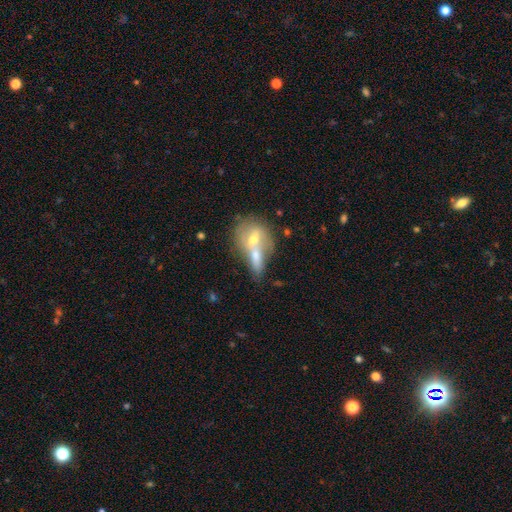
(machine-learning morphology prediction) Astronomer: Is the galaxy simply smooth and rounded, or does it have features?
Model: smooth — 56% (runner-up: featured or disk, 37%).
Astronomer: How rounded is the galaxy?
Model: in between — 54% (runner-up: round, 31%).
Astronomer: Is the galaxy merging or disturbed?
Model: merger — 62%.